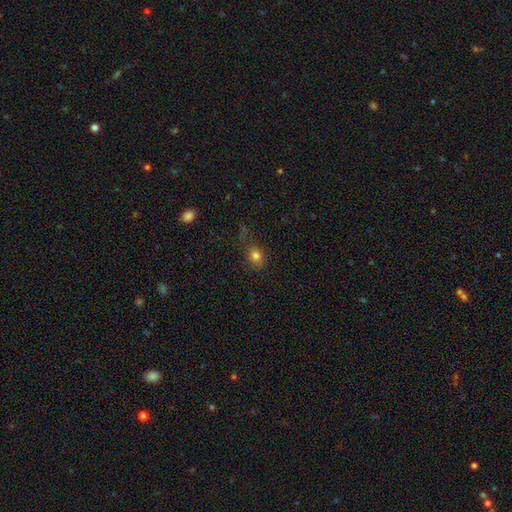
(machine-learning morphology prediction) smooth-or-featured: smooth: 78% | star or artifact: 14% | featured or disk: 8%
  how-rounded: round: 54% | in between: 44% | cigar-shaped: 2%
  merging: none: 59% | minor disturbance: 21% | major disturbance: 14% | merger: 6%